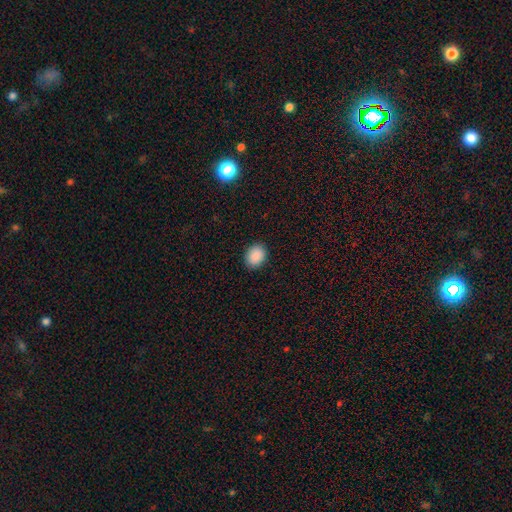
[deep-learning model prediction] smooth-or-featured: smooth: 90% | star or artifact: 7% | featured or disk: 3%
  how-rounded: in between: 59% | round: 41% | cigar-shaped: 1%
  merging: none: 89% | minor disturbance: 8% | major disturbance: 2% | merger: 1%